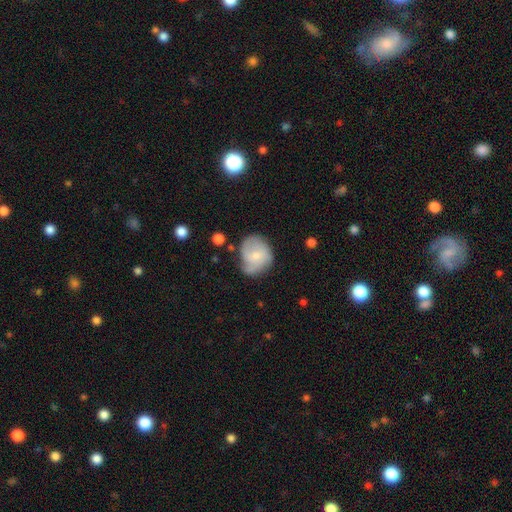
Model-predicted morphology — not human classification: Q: Smooth or featured?
A: featured or disk (50%); runner-up: smooth (43%)
Q: Merging?
A: none (56%); runner-up: minor disturbance (29%)